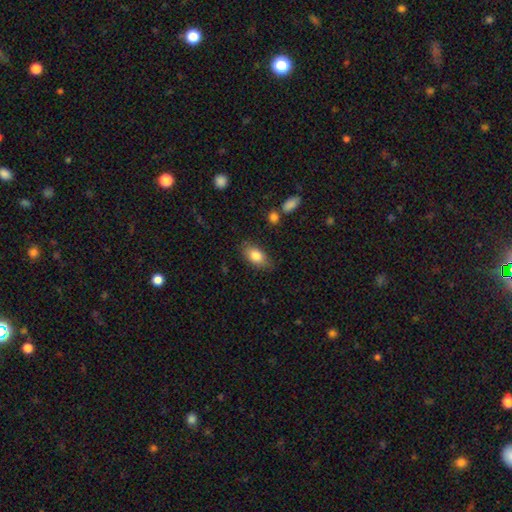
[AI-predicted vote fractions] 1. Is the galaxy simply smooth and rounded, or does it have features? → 81% smooth, 11% featured or disk, 7% star or artifact.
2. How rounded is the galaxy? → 89% in between, 7% round, 4% cigar-shaped.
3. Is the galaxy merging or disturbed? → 80% none, 15% minor disturbance, 3% major disturbance, 2% merger.